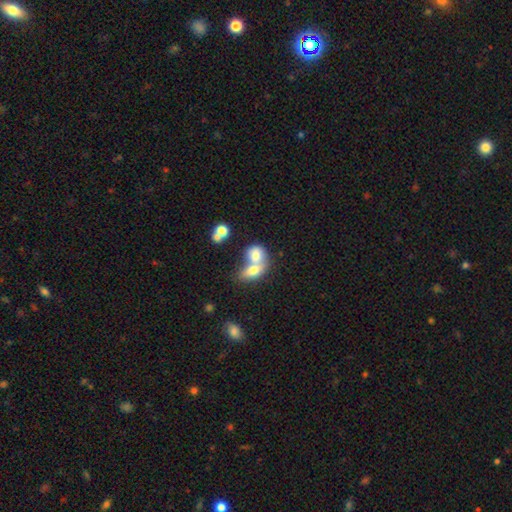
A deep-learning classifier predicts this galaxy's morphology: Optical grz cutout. It shows a smooth galaxy with no disk features (71%) that is in between round and cigar-shaped (59%). Merging: merger (75%).